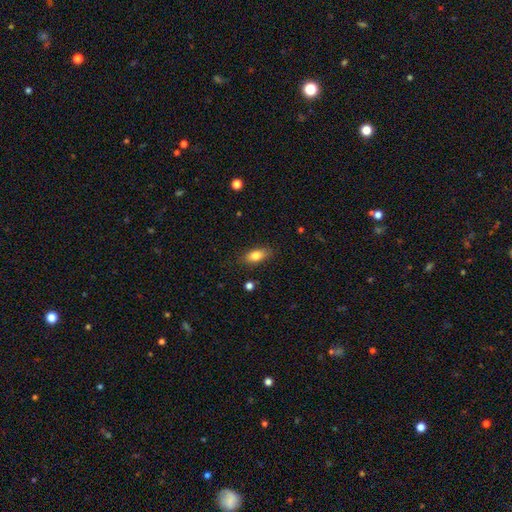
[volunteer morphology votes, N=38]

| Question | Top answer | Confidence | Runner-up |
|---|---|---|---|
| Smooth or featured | smooth | 84% | star or artifact (11%) |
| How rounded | in between | 75% | cigar-shaped (16%) |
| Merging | none | 79% | minor disturbance (15%) |